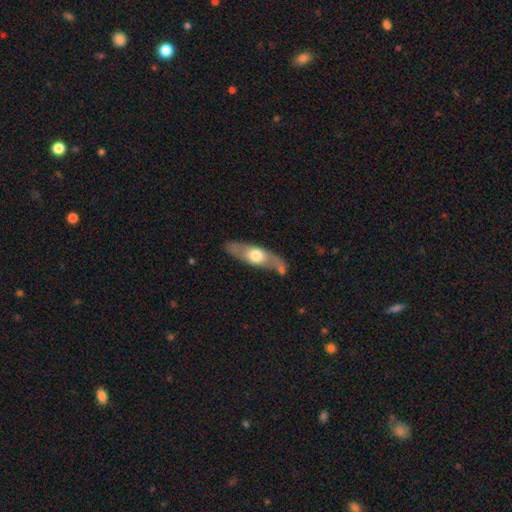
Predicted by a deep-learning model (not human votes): Q: Smooth or featured?
A: featured or disk (51%); runner-up: smooth (44%)
Q: Edge-on disk?
A: yes (55%); runner-up: no (45%)
Q: Merging?
A: none (72%); runner-up: minor disturbance (17%)